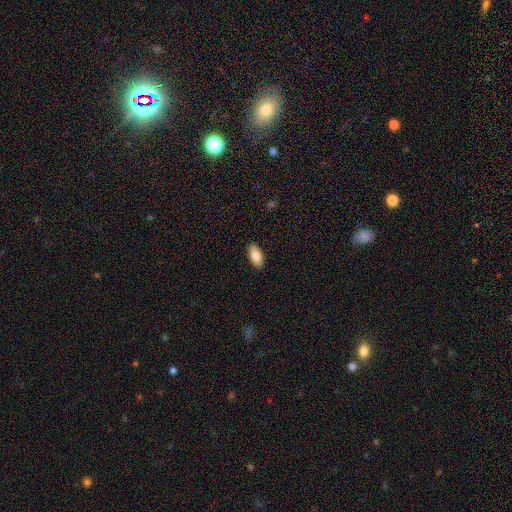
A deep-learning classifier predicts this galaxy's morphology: This appears to be a smooth galaxy with no disk features (85%) that is in between round and cigar-shaped (91%). Merging: none (89%).